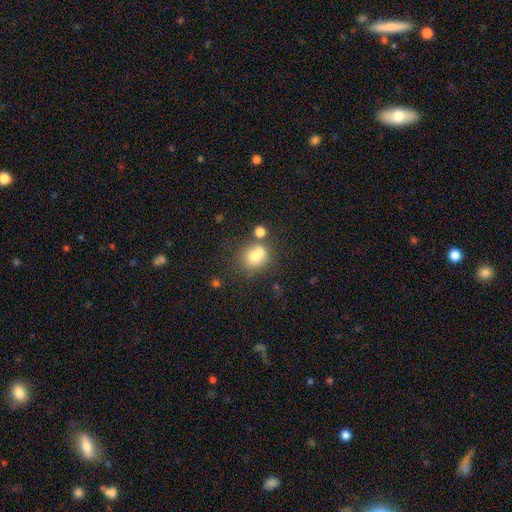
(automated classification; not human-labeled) Morphology: type=smooth (68%); roundness=round (80%); merging=none (44%).